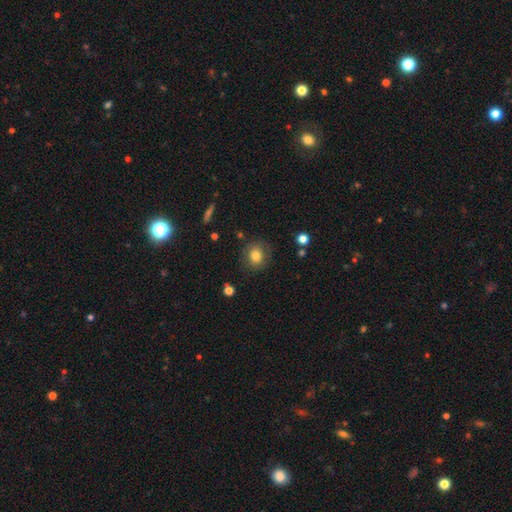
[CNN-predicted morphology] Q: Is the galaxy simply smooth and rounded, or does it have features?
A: smooth — 78%.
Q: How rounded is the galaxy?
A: round — 79%.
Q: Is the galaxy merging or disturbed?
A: none — 81%.